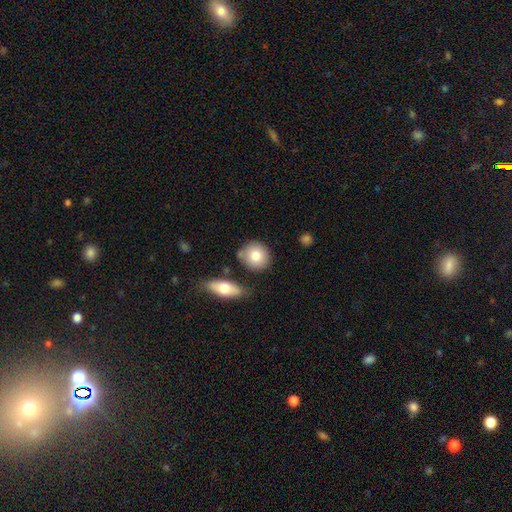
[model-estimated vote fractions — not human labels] This is likely a smooth galaxy (80%). How rounded: clearly round (81%). Merging: likely none (74%).